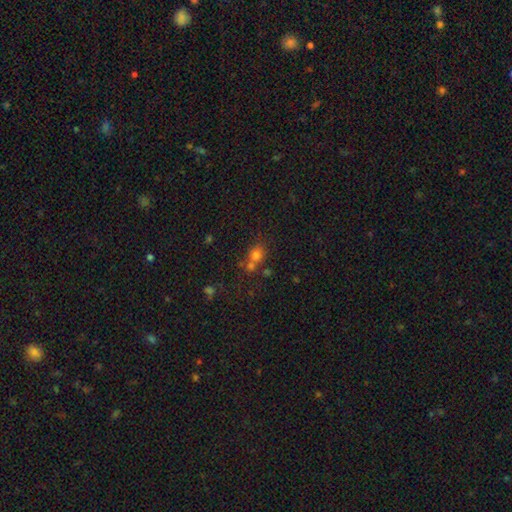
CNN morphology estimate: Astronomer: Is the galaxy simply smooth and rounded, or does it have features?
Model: smooth — 67%.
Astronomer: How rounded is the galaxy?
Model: round — 77%.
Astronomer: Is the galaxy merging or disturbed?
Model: none — 50% (runner-up: merger, 37%).